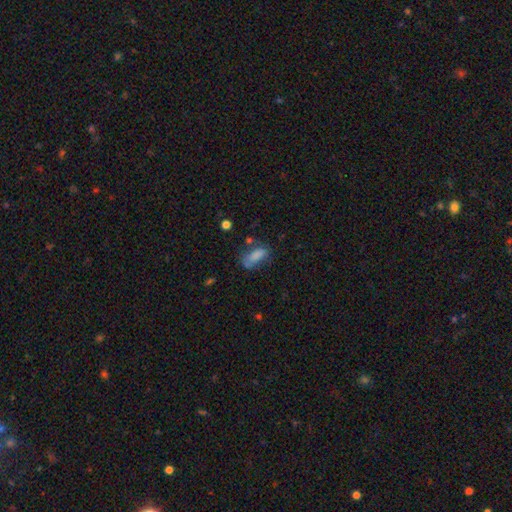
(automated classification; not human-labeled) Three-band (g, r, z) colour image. It shows a smooth galaxy with no disk features (78%) that is in between round and cigar-shaped (79%). Merging: none (51%).